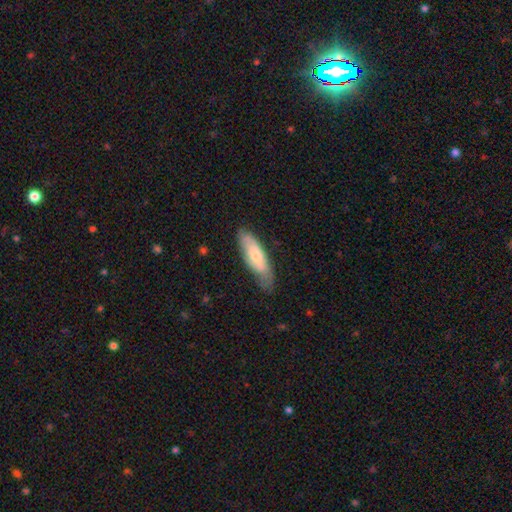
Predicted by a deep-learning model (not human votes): Smooth or featured? Predicted: smooth (p=0.65). How rounded? Predicted: in between (p=0.51). Merging? Predicted: none (p=0.62).